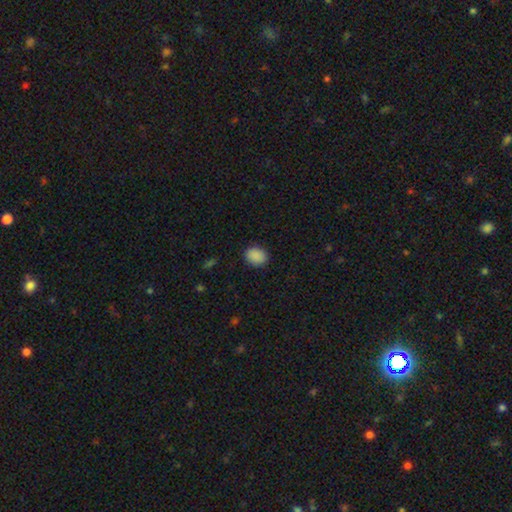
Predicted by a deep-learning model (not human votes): This is clearly a smooth galaxy (89%). How rounded: possibly in between (53%). Merging: clearly none (88%).